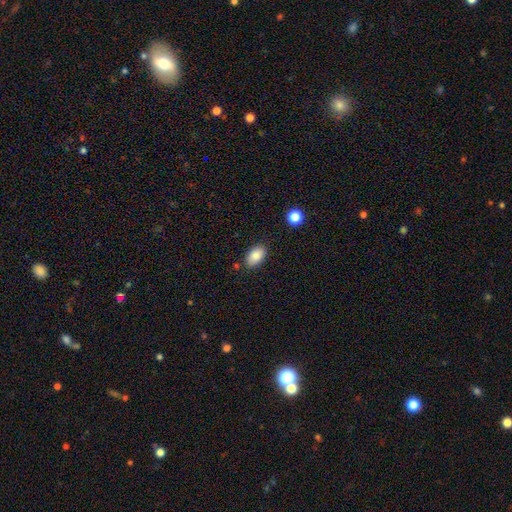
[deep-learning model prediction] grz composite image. It shows a smooth galaxy with no disk features (85%) that is in between round and cigar-shaped (90%). Merging: none (82%).